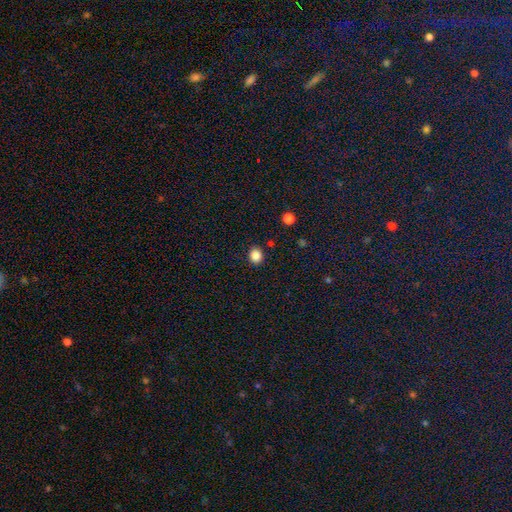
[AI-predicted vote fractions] smooth-or-featured: smooth: 86% | star or artifact: 11% | featured or disk: 3%
  how-rounded: round: 71% | in between: 29% | cigar-shaped: 1%
  merging: none: 89% | minor disturbance: 7% | major disturbance: 2% | merger: 2%